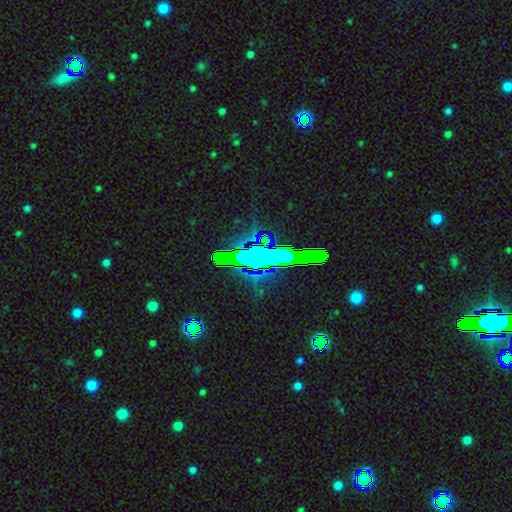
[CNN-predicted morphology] A star or artifact, not a galaxy (76%).

Vote fractions:
- Smooth or featured? star or artifact: 76% / smooth: 13% / featured or disk: 11%